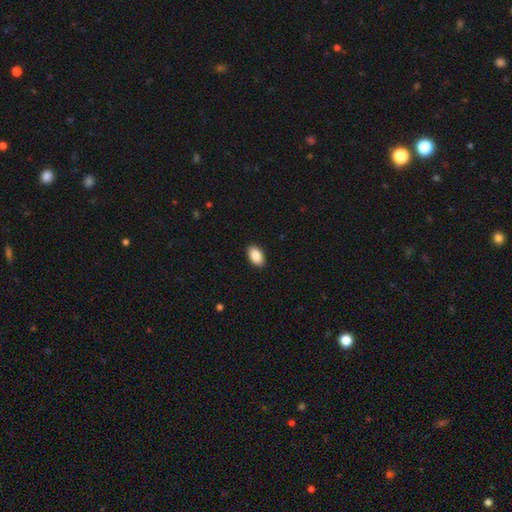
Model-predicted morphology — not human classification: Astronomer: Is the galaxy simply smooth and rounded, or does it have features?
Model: smooth — 88%.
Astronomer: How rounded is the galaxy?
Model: in between — 93%.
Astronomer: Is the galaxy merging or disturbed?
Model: none — 91%.